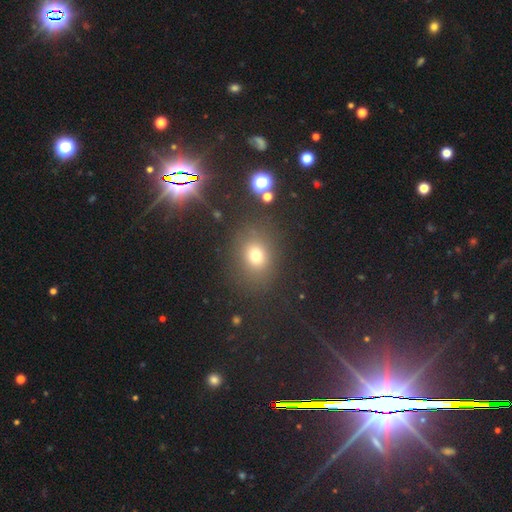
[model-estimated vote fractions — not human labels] smooth 71%, star or artifact 19%, featured or disk 9%. Down the decision tree: how rounded — round (57%); merging — none (80%).